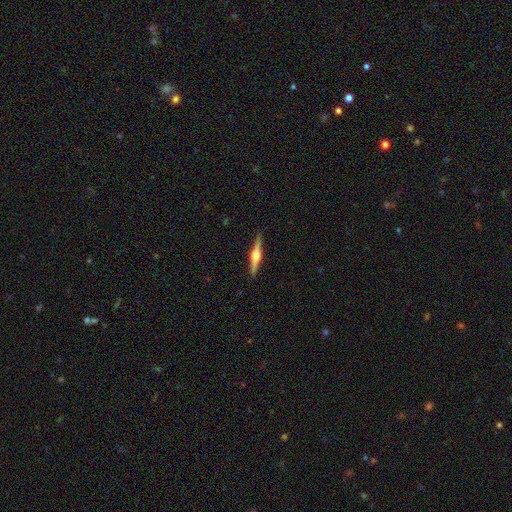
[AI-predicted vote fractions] smooth-or-featured: featured or disk: 75% | smooth: 20% | star or artifact: 5%
  disk-edge-on: yes: 98% | no: 2%
    edge-on-bulge: rounded: 94% | boxy: 4% | none: 2%
  merging: none: 90% | minor disturbance: 7% | major disturbance: 1% | merger: 1%